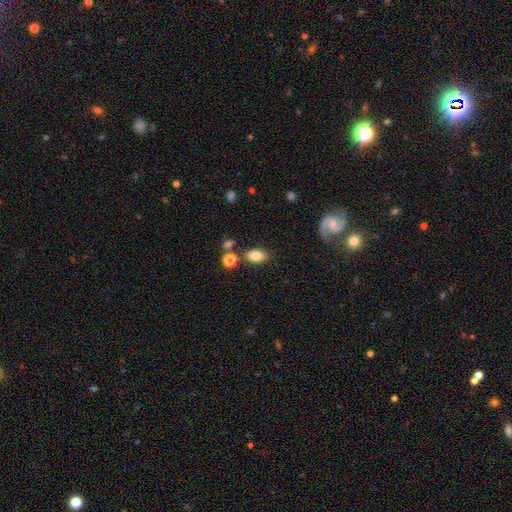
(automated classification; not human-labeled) Smooth or featured: smooth — 81% (featured or disk — 10%)
How rounded: in between — 85% (round — 12%)
Merging: none — 78% (minor disturbance — 11%)